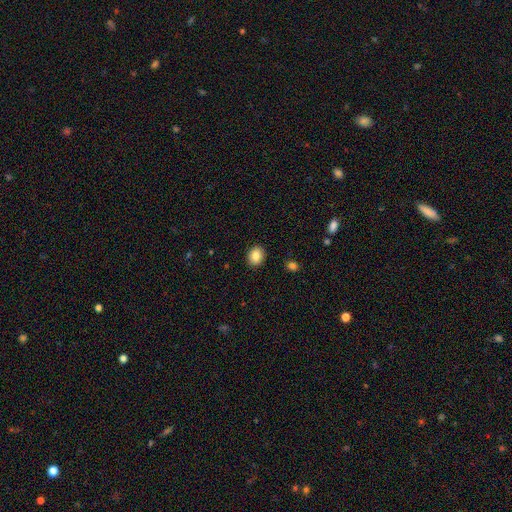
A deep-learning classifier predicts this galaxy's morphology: type=smooth (85%); roundness=round (52%); merging=none (91%).